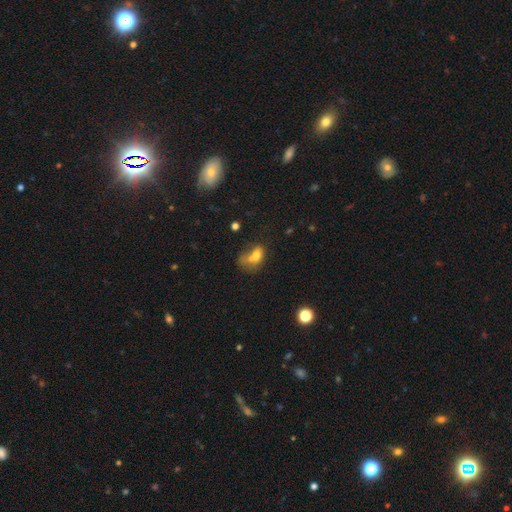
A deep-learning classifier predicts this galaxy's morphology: Overall: smooth (66%). How rounded: in between (70%). Merging: merger (52%; none 20%).